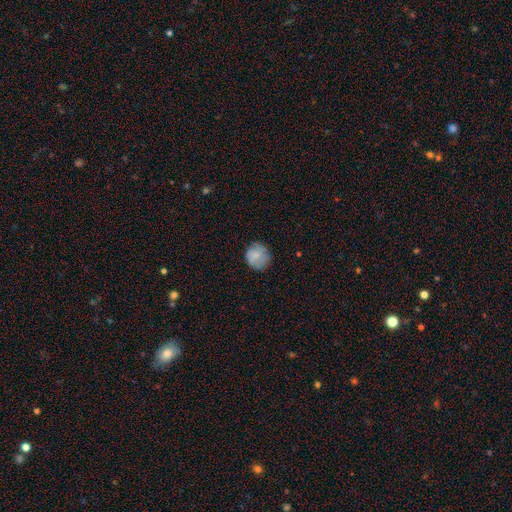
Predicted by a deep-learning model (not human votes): Smooth or featured?
  - smooth: 75% *
  - featured or disk: 18%
  - star or artifact: 8%
How rounded?
  - round: 86% *
  - in between: 13%
  - cigar-shaped: 1%
Merging?
  - none: 76% *
  - minor disturbance: 18%
  - major disturbance: 5%
  - merger: 1%